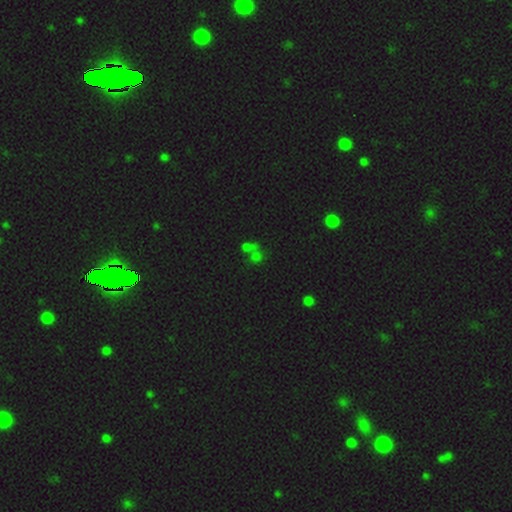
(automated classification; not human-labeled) smooth-or-featured: smooth: 47% | star or artifact: 40% | featured or disk: 14%
  merging: merger: 52% | none: 33% | minor disturbance: 8% | major disturbance: 7%